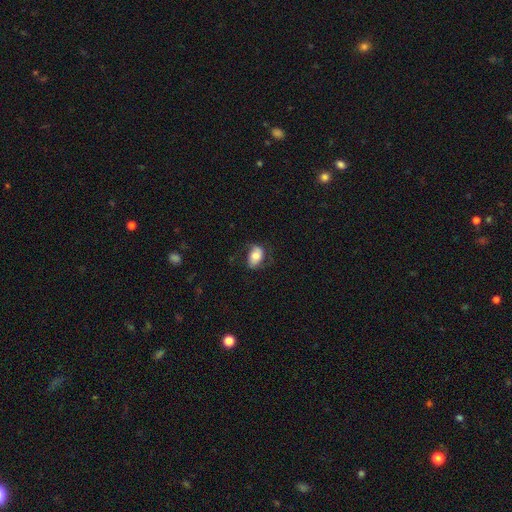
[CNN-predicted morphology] Overall: smooth (64%; featured or disk 28%). How rounded: in between (88%). Merging: none (62%; minor disturbance 25%).